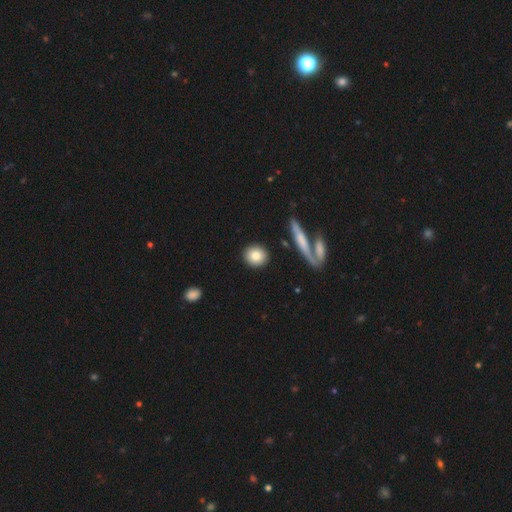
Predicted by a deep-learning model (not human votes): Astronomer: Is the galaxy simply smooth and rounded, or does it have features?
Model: smooth — 81%.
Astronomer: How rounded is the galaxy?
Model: round — 83%.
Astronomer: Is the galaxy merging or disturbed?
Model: none — 87%.